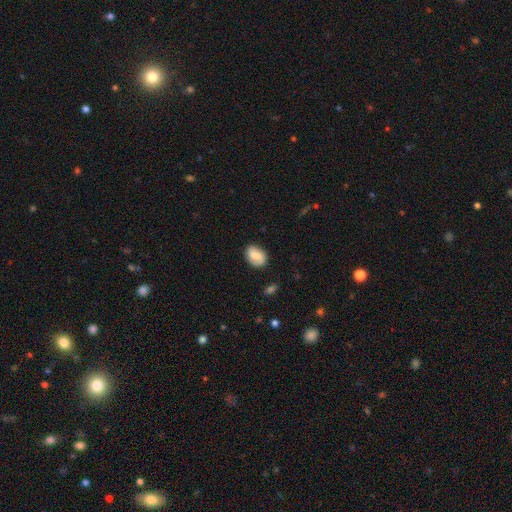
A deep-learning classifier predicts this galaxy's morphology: This is likely a smooth galaxy (67%). How rounded: likely in between (76%). Merging: likely none (78%).